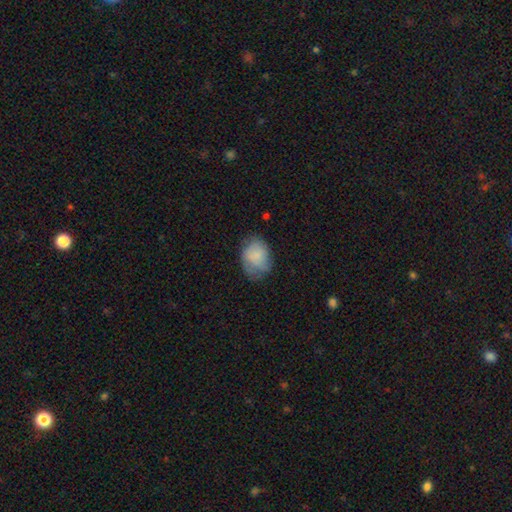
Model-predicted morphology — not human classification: type=smooth (76%); roundness=in between (64%); merging=none (51%).